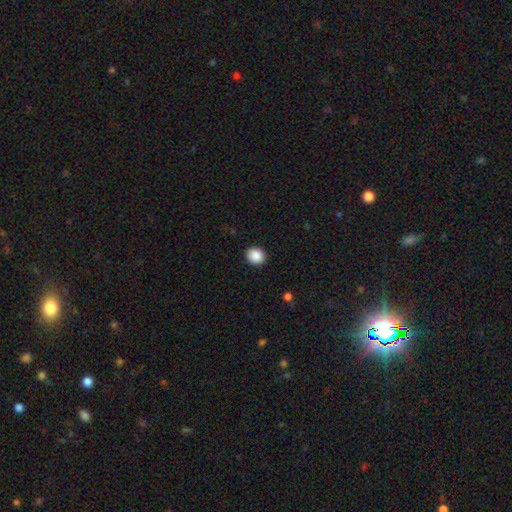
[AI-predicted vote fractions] This is clearly a smooth galaxy (89%). How rounded: likely round (79%). Merging: clearly none (91%).